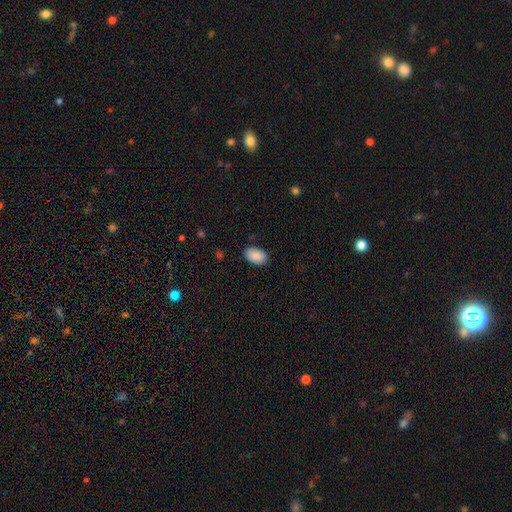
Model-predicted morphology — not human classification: type=smooth (90%); roundness=in between (94%); merging=none (85%).